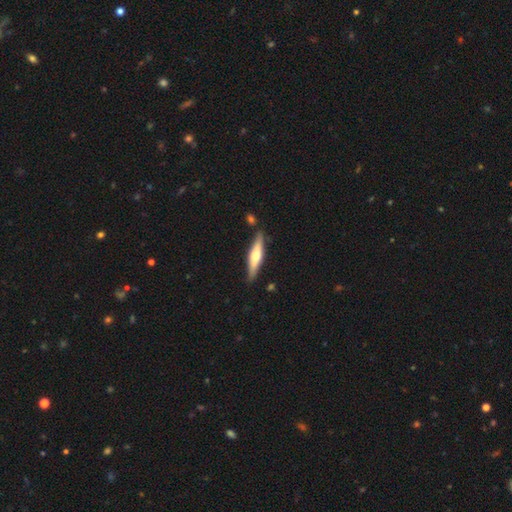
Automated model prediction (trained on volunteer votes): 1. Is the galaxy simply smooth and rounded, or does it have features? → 54% featured or disk, 41% smooth, 5% star or artifact.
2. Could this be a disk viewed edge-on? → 94% yes, 6% no.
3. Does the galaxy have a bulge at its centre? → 85% rounded, 10% boxy, 5% none.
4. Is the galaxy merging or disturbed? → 85% none, 10% minor disturbance, 3% merger, 2% major disturbance.